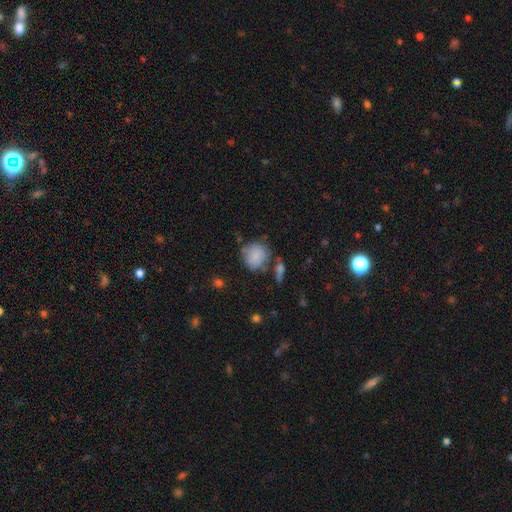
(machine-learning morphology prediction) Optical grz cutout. It shows a smooth galaxy with no disk features (82%) that is round (81%). Merging: none (59%).